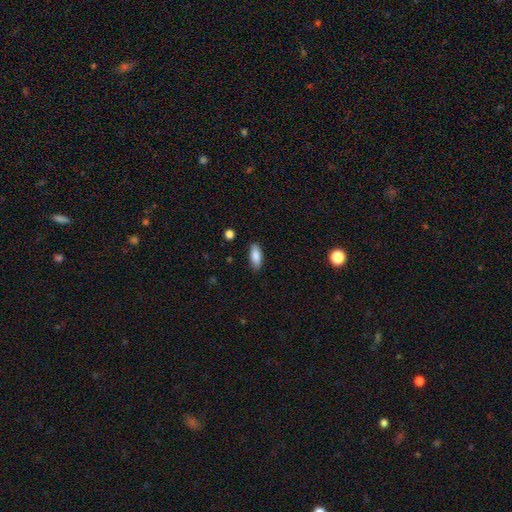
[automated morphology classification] Smooth or featured: smooth — 86% (featured or disk — 8%)
How rounded: in between — 79% (cigar-shaped — 19%)
Merging: none — 86% (minor disturbance — 10%)